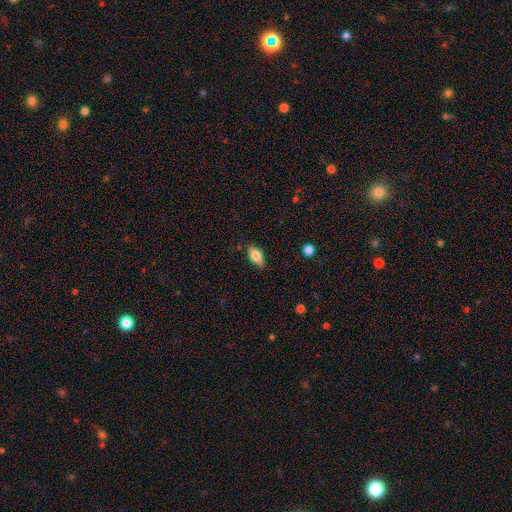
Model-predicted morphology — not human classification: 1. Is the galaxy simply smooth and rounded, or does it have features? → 73% smooth, 19% featured or disk, 8% star or artifact.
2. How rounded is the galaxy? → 84% in between, 12% cigar-shaped, 4% round.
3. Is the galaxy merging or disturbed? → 80% none, 15% minor disturbance, 3% major disturbance, 1% merger.